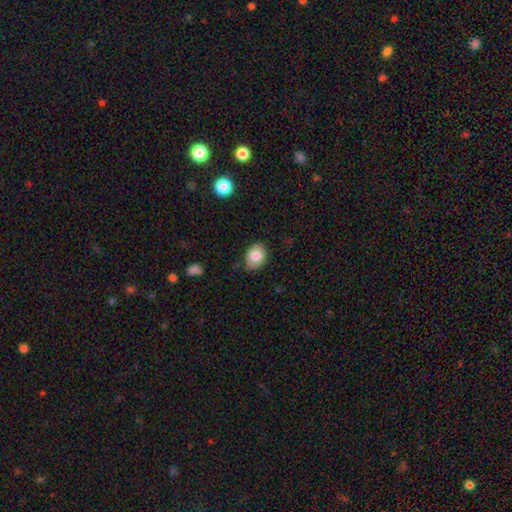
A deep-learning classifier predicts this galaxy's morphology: Overall: smooth (81%). How rounded: in between (71%). Merging: none (83%).